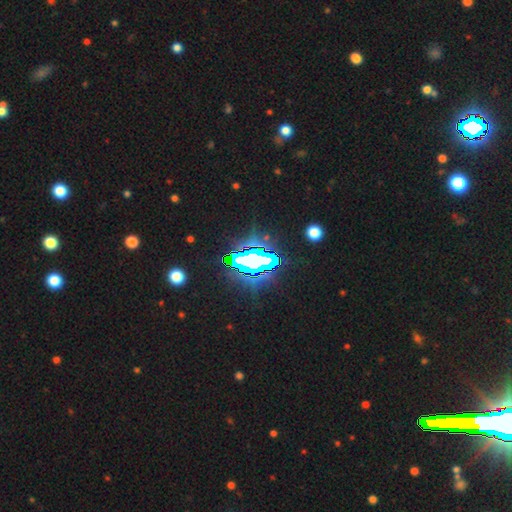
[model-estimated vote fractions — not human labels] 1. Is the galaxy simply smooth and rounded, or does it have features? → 82% star or artifact, 11% smooth, 8% featured or disk.